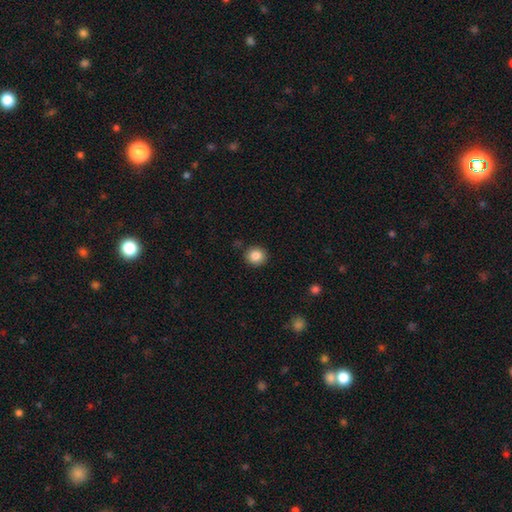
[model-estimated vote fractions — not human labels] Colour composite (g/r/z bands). It shows a smooth galaxy with no disk features (86%) that is round (89%). Merging: none (89%).